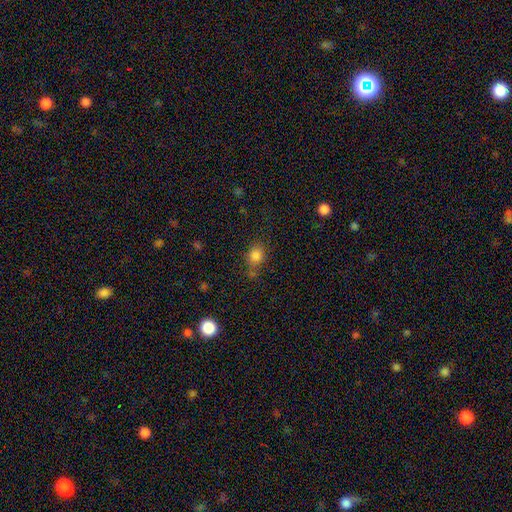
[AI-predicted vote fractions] Smooth or featured? smooth (82%)
How rounded? round (61%)
Merging? none (64%)